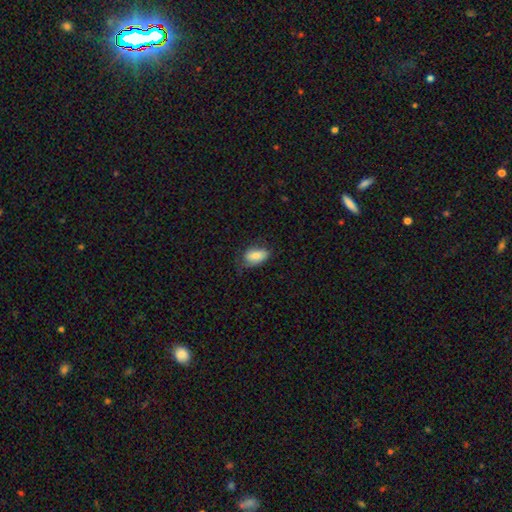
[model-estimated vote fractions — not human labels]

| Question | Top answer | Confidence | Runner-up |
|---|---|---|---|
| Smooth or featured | smooth | 74% | featured or disk (19%) |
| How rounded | in between | 91% | round (6%) |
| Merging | none | 61% | minor disturbance (28%) |